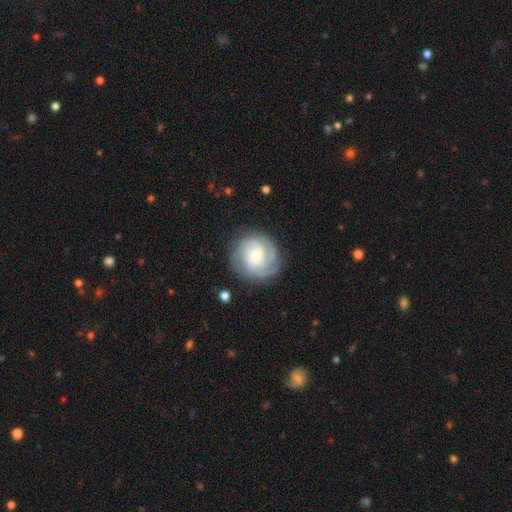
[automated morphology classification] A featured or disk galaxy (79%) with no bar (46%), 3 (29%) tight (64%) spiral arms (96%) and a small central bulge (52%).

Vote fractions:
- Smooth or featured? featured or disk: 79% / smooth: 15% / star or artifact: 6%
- Edge-on disk? no: 98% / yes: 2%
- Bar? no: 46% / weak: 45% / strong: 9%
- Spiral arms? yes: 96% / no: 4%
- Spiral winding? tight: 64% / medium: 29% / loose: 7%
- Spiral arm count? 3: 29% / can't tell: 27% / 4: 19% / 2: 13% / more than 4: 6% / 1: 6%
- Bulge size? small: 52% / moderate: 39% / large: 5% / none: 3% / dominant: 1%
- Merging? none: 80% / minor disturbance: 14% / major disturbance: 6% / merger: 1%